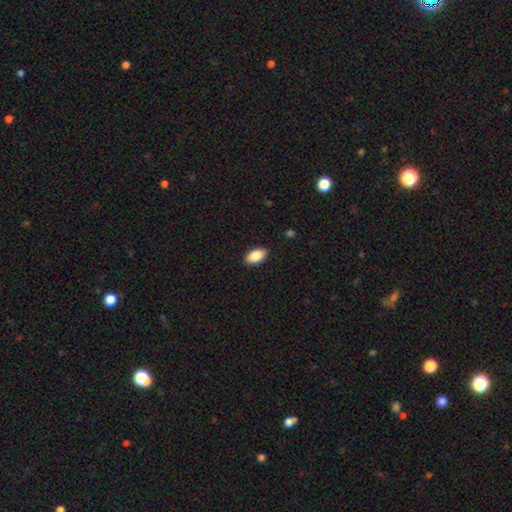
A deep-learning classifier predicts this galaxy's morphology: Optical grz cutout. It shows a smooth galaxy with no disk features (88%) that is in between round and cigar-shaped (94%). Merging: none (89%).